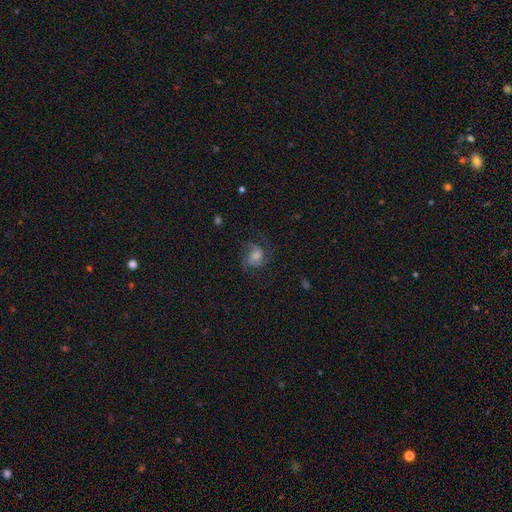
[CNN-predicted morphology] featured or disk 75%, smooth 13%, star or artifact 12%. Down the decision tree: edge-on disk — no (98%); bar — no (61%); spiral arms — yes (96%); spiral arm count — 2 (49%); spiral winding — medium (52%); bulge size — moderate (45%); merging — none (73%).